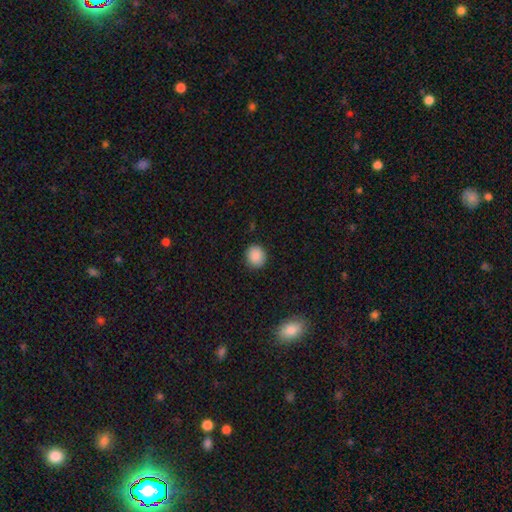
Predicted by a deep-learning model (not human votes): A smooth galaxy with no disk features (88%) that is round (83%). Merging: none (90%).